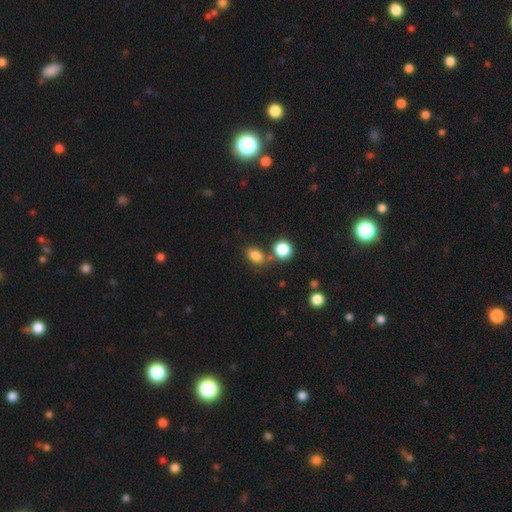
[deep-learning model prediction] smooth 82%, star or artifact 12%, featured or disk 6%. Down the decision tree: how rounded — in between (75%); merging — none (65%).